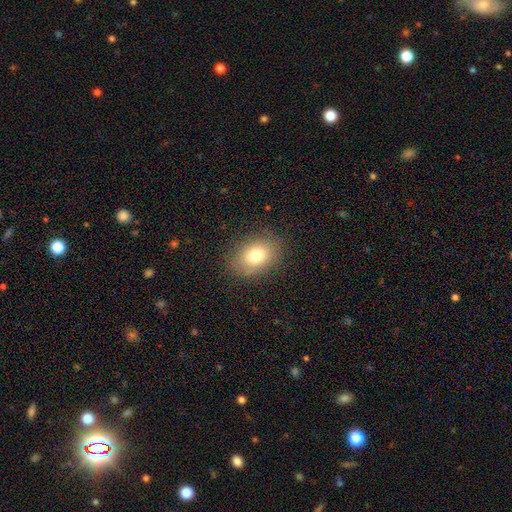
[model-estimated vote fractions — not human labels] The model was most divided on "how rounded": in between: 69%, round: 30%, cigar-shaped: 1%. More confident: merging — none (84%); smooth or featured — smooth (77%).